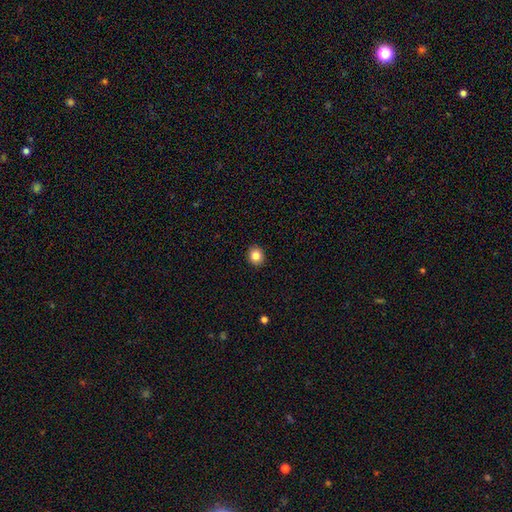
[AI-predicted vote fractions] This appears to be a smooth galaxy with no disk features (84%) that is round (74%). Merging: none (92%).